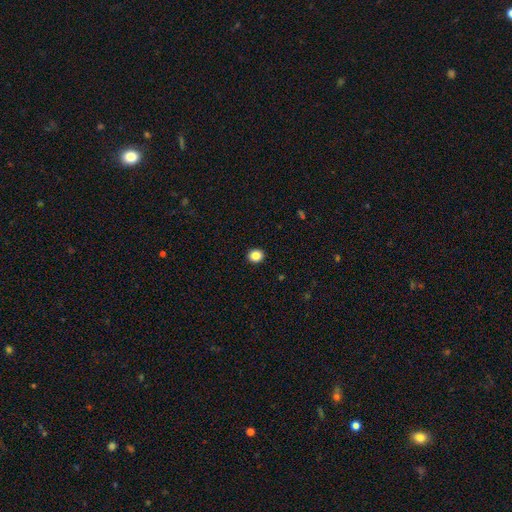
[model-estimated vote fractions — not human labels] smooth-or-featured: smooth: 86% | star or artifact: 10% | featured or disk: 4%
  how-rounded: round: 80% | in between: 19% | cigar-shaped: 1%
  merging: none: 93% | minor disturbance: 5% | major disturbance: 1% | merger: 1%